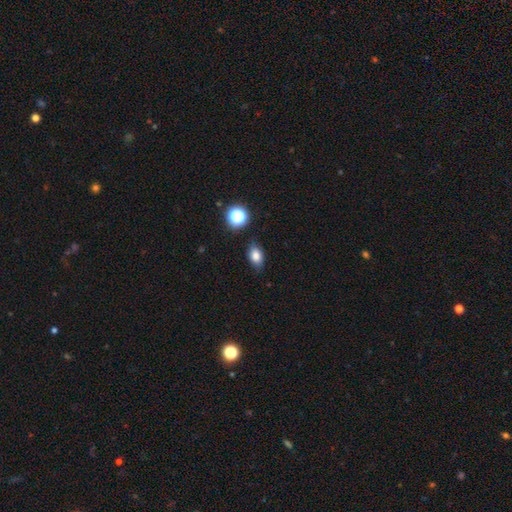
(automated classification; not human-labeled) Smooth or featured? Predicted: smooth (p=0.81). How rounded? Predicted: in between (p=0.82). Merging? Predicted: none (p=0.83).